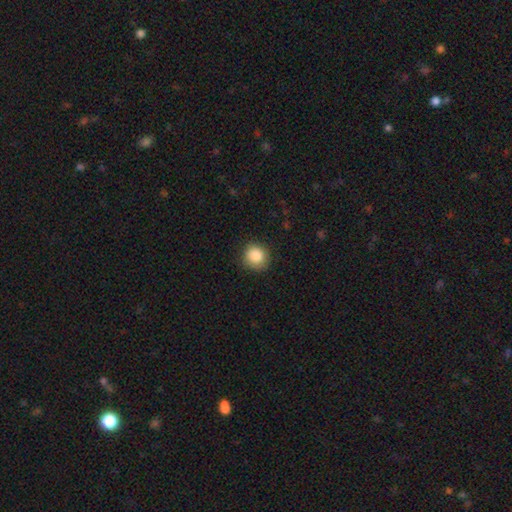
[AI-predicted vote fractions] This is clearly a smooth galaxy (86%). How rounded: clearly round (87%). Merging: clearly none (85%).